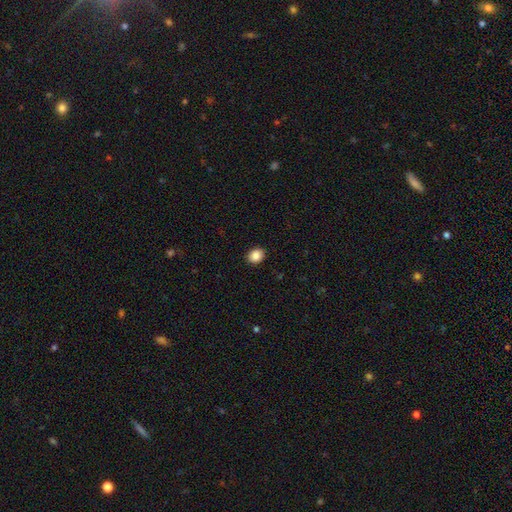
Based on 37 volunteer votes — Smooth or featured? 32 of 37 (86%) said smooth. How rounded? 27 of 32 (84%) said round. Merging? 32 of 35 (91%) said none.